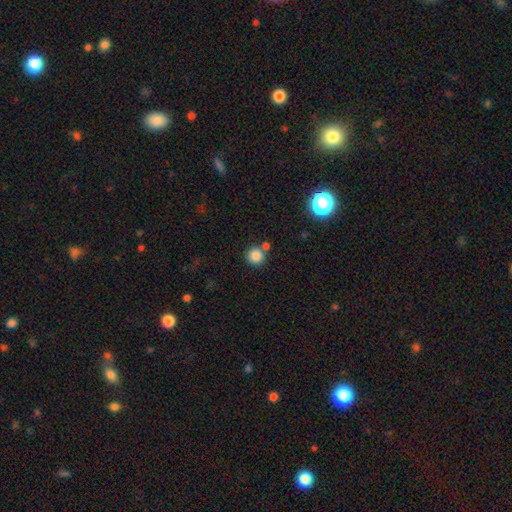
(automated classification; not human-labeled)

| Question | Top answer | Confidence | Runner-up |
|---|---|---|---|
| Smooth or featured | smooth | 84% | star or artifact (11%) |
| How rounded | round | 94% | in between (5%) |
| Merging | none | 70% | merger (18%) |